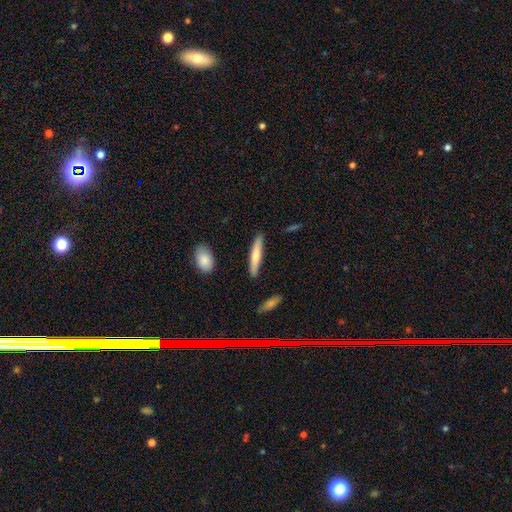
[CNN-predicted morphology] smooth 64%, featured or disk 31%, star or artifact 6%. Down the decision tree: how rounded — cigar-shaped (88%); merging — none (88%).